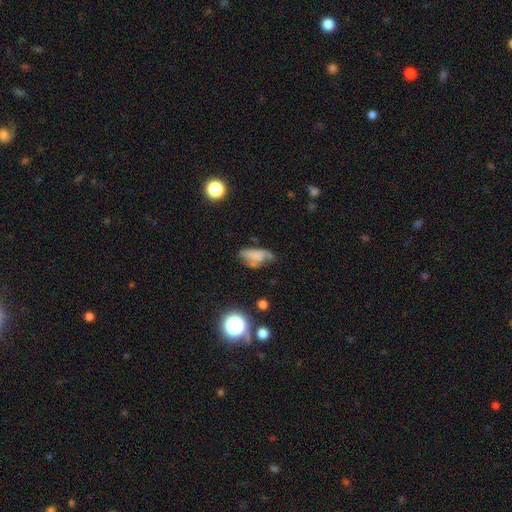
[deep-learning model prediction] Q: Smooth or featured?
A: smooth (54%); runner-up: featured or disk (32%)
Q: How rounded?
A: in between (82%); runner-up: cigar-shaped (12%)
Q: Merging?
A: none (34%); runner-up: minor disturbance (31%)